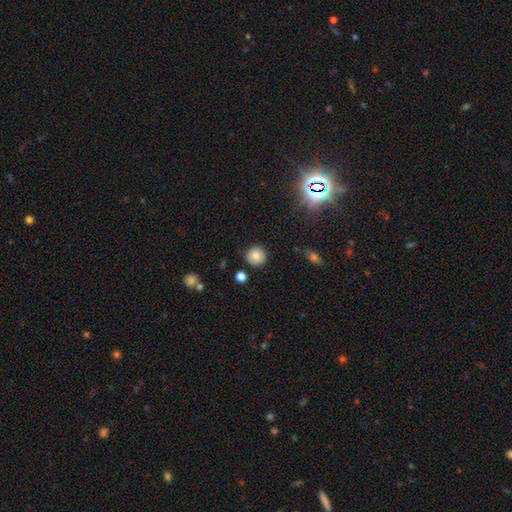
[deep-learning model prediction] smooth_or_featured: smooth (p=0.81) [alt: star or artifact p=0.11]
how_rounded: round (p=0.94) [alt: in between p=0.05]
merging: none (p=0.88) [alt: minor disturbance p=0.08]